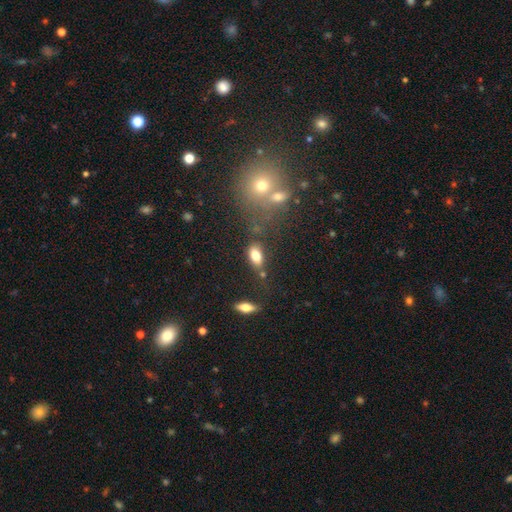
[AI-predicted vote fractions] smooth-or-featured: smooth: 79% | featured or disk: 12% | star or artifact: 9%
  how-rounded: in between: 88% | round: 6% | cigar-shaped: 5%
  merging: none: 64% | minor disturbance: 17% | merger: 13% | major disturbance: 6%